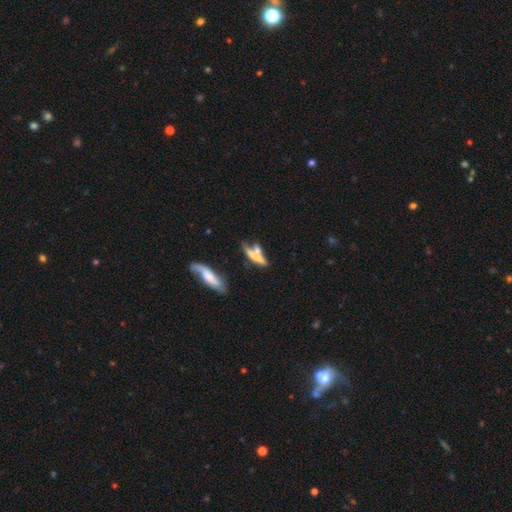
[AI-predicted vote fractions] Overall: smooth (58%; featured or disk 33%). How rounded: cigar-shaped (68%). Merging: merger (43%; none 35%).